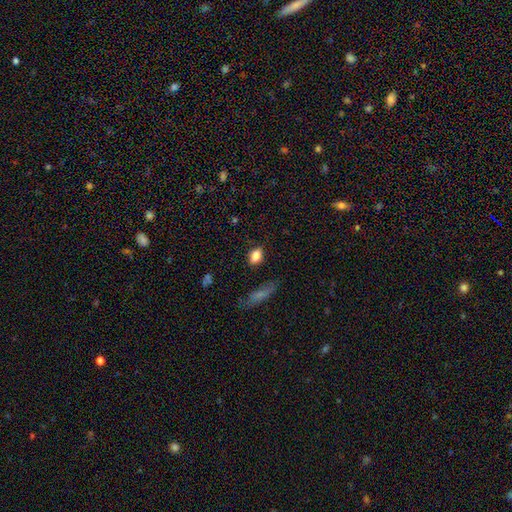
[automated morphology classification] Smooth or featured: smooth — 81% (featured or disk — 10%)
How rounded: in between — 82% (round — 14%)
Merging: none — 83% (minor disturbance — 12%)